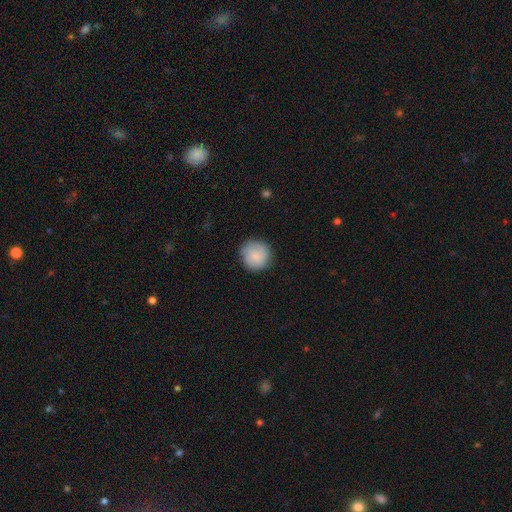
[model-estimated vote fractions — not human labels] smooth_or_featured: smooth (p=0.81) [alt: featured or disk p=0.13]
how_rounded: round (p=0.94) [alt: in between p=0.05]
merging: none (p=0.84) [alt: minor disturbance p=0.12]